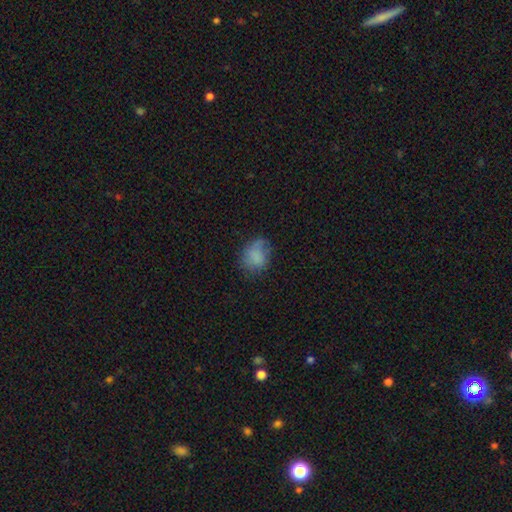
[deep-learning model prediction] smooth-or-featured: smooth: 74% | featured or disk: 16% | star or artifact: 11%
  how-rounded: in between: 53% | round: 46% | cigar-shaped: 1%
  merging: none: 54% | minor disturbance: 29% | major disturbance: 15% | merger: 2%